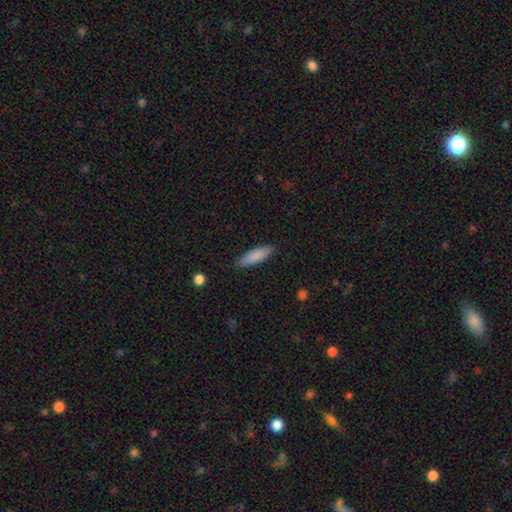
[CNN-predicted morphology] Smooth or featured? Predicted: smooth (p=0.86). How rounded? Predicted: cigar-shaped (p=0.60). Merging? Predicted: none (p=0.88).